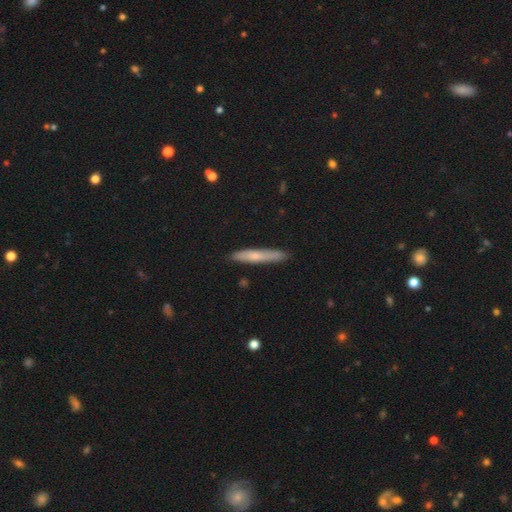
A smooth galaxy with no disk features (68%) that is cigar-shaped (96%). Merging: none (66%).